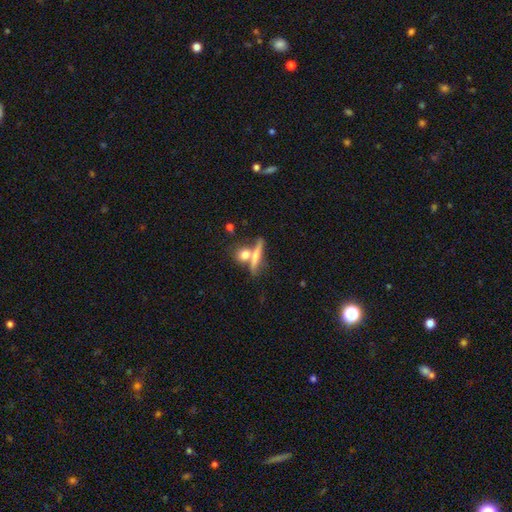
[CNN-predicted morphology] Smooth or featured? smooth (52%)
How rounded? cigar-shaped (61%)
Merging? none (54%)